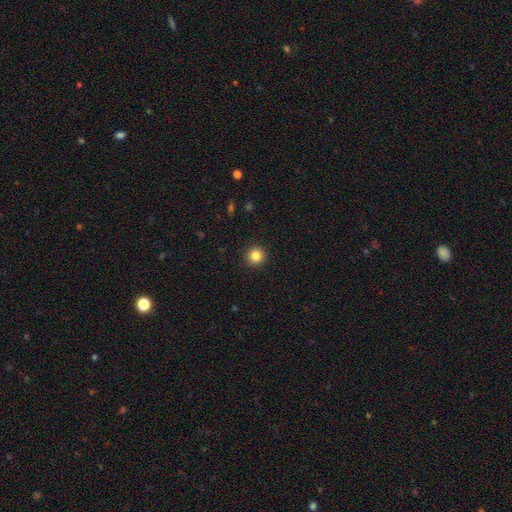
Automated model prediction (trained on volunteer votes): Smooth or featured? Predicted: smooth (p=0.84). How rounded? Predicted: round (p=0.94). Merging? Predicted: none (p=0.93).